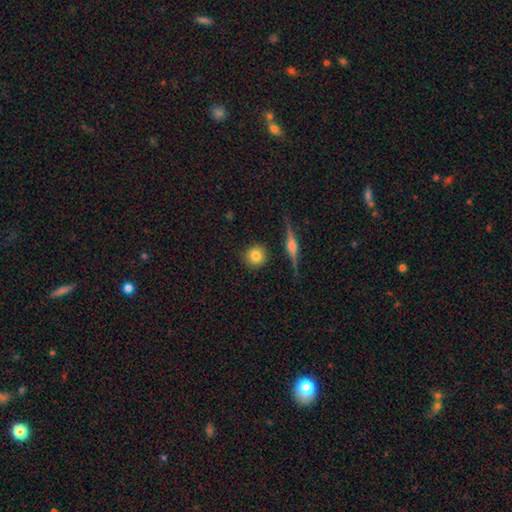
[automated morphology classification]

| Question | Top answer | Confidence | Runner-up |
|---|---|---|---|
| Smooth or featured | smooth | 79% | featured or disk (13%) |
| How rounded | round | 92% | in between (7%) |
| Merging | none | 87% | minor disturbance (8%) |